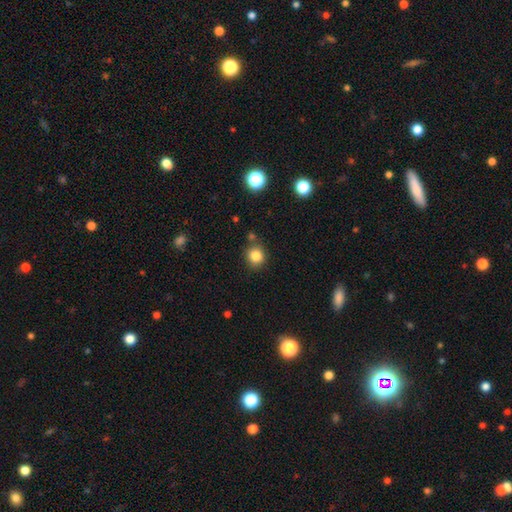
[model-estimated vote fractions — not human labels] A smooth galaxy with no disk features (83%) that is round (86%).

Vote fractions:
- Smooth or featured? smooth: 83% / star or artifact: 11% / featured or disk: 6%
- How rounded? round: 86% / in between: 13% / cigar-shaped: 1%
- Merging? none: 80% / minor disturbance: 11% / merger: 7% / major disturbance: 3%